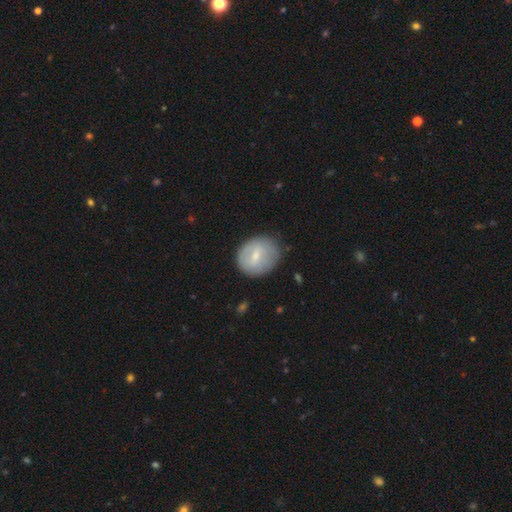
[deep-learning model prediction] Morphology: type=smooth (58%); roundness=round (62%); merging=none (77%).